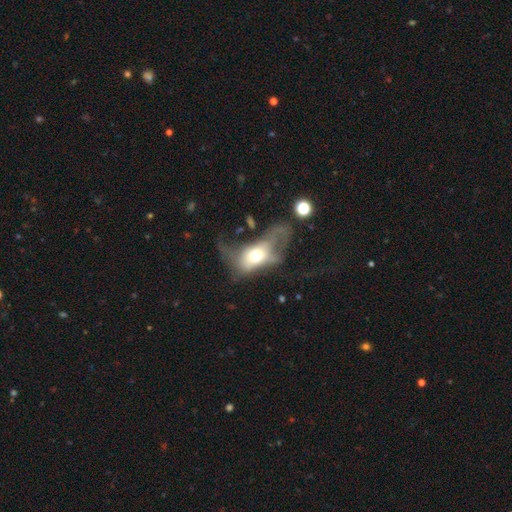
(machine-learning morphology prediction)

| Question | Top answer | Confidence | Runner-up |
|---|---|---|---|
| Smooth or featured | smooth | 52% | featured or disk (39%) |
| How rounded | in between | 80% | round (16%) |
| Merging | major disturbance | 61% | minor disturbance (15%) |